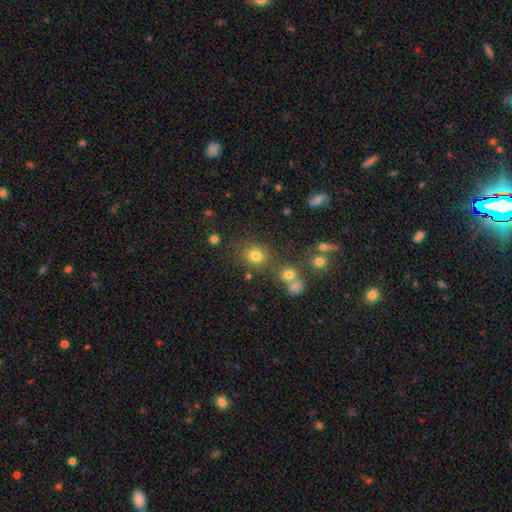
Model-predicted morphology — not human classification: A smooth galaxy with no disk features (77%) that is round (82%).

Vote fractions:
- Smooth or featured? smooth: 77% / star or artifact: 16% / featured or disk: 7%
- How rounded? round: 82% / in between: 17% / cigar-shaped: 1%
- Merging? none: 75% / merger: 11% / minor disturbance: 10% / major disturbance: 5%